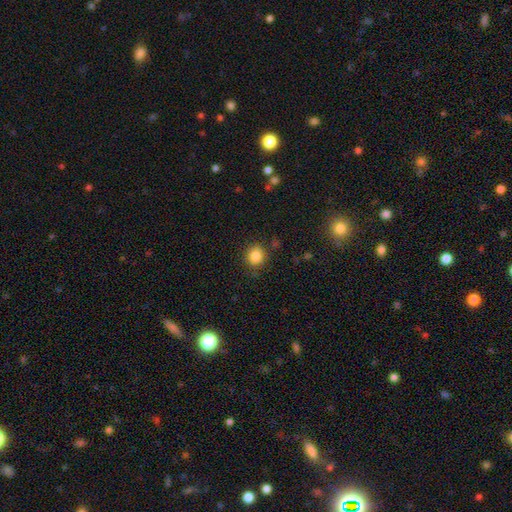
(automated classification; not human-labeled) The model was most divided on "how rounded": round: 77%, in between: 22%, cigar-shaped: 1%. More confident: smooth or featured — smooth (85%); merging — none (84%).